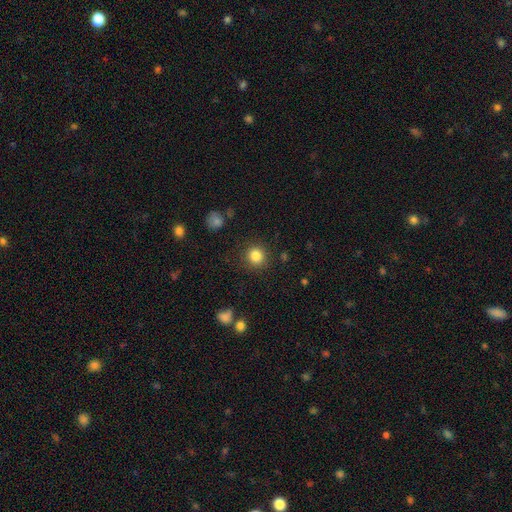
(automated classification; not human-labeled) Morphology: type=smooth (85%); roundness=round (92%); merging=none (89%).